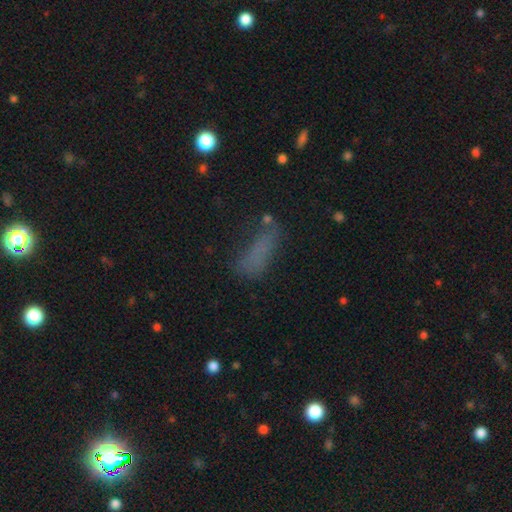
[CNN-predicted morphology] type=smooth (67%); roundness=in between (64%); merging=none (46%).